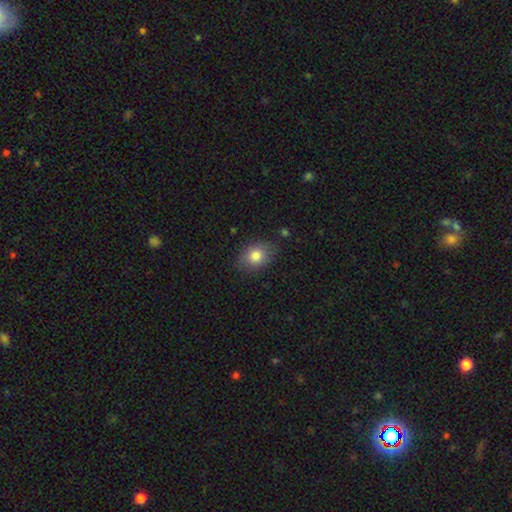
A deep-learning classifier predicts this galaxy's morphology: This appears to be a smooth galaxy with no disk features (82%) that is in between round and cigar-shaped (66%). Merging: none (80%).